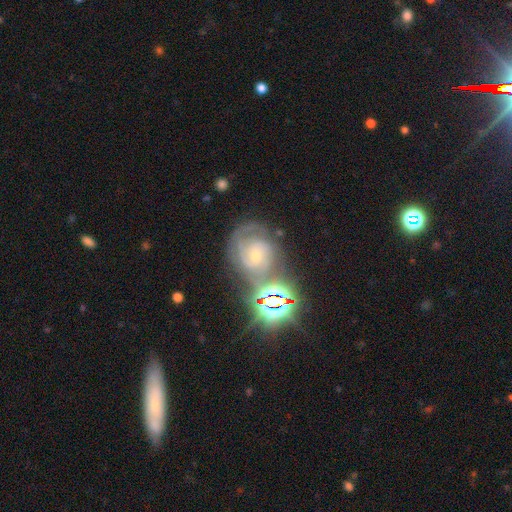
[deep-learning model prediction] Q: Smooth or featured?
A: featured or disk (61%); runner-up: star or artifact (26%)
Q: Edge-on disk?
A: no (97%); runner-up: yes (3%)
Q: Bar?
A: no (66%); runner-up: weak (26%)
Q: Spiral arms?
A: yes (91%); runner-up: no (9%)
Q: Spiral winding?
A: tight (54%); runner-up: medium (37%)
Q: Spiral arm count?
A: 2 (43%); runner-up: can't tell (27%)
Q: Bulge size?
A: small (65%); runner-up: moderate (28%)
Q: Merging?
A: none (58%); runner-up: minor disturbance (19%)